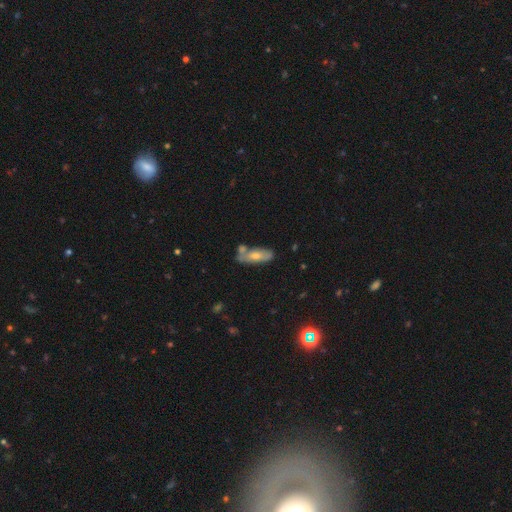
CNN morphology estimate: Smooth or featured? smooth (59%)
How rounded? in between (71%)
Merging? none (51%)